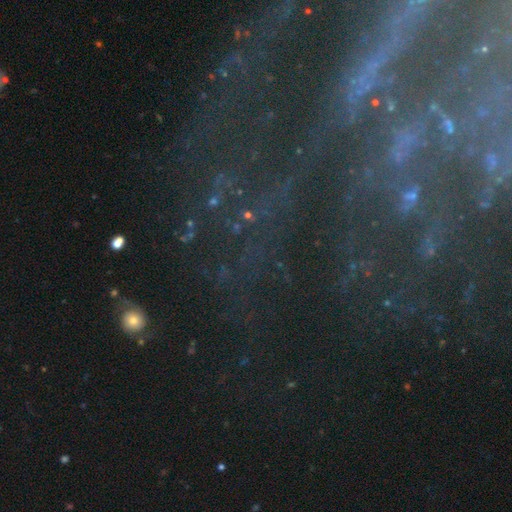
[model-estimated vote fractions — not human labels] featured or disk 54%, star or artifact 34%, smooth 12%. Down the decision tree: edge-on disk — no (89%); merging — none (69%).